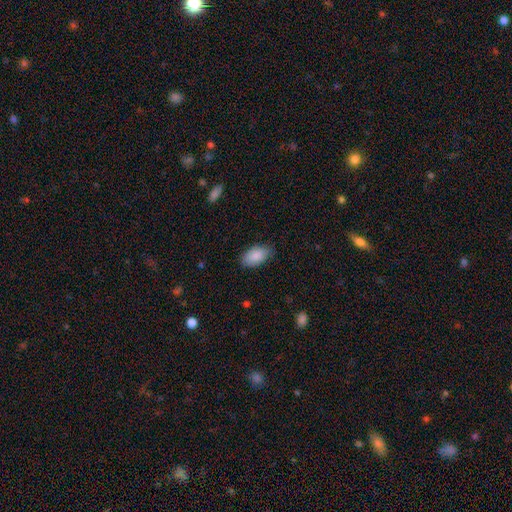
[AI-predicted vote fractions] A smooth galaxy with no disk features (88%) that is in between round and cigar-shaped (94%). Merging: none (81%).